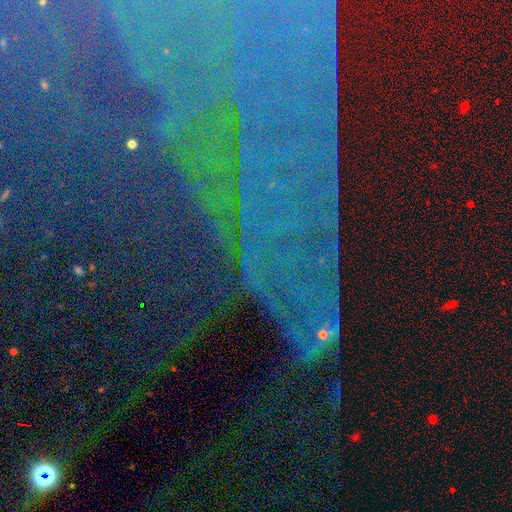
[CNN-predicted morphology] Smooth or featured: star or artifact — 81% (featured or disk — 10%)